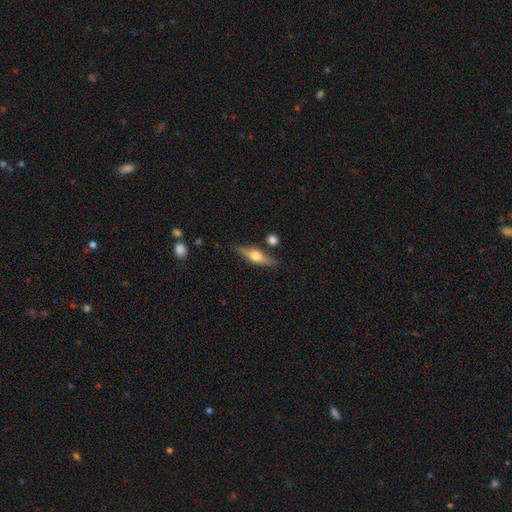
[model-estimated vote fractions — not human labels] smooth_or_featured: featured or disk (p=0.55) [alt: smooth p=0.39]
disk_edge_on: yes (p=0.92) [alt: no p=0.08]
edge_on_bulge: rounded (p=0.94) [alt: boxy p=0.04]
merging: none (p=0.81) [alt: minor disturbance p=0.11]